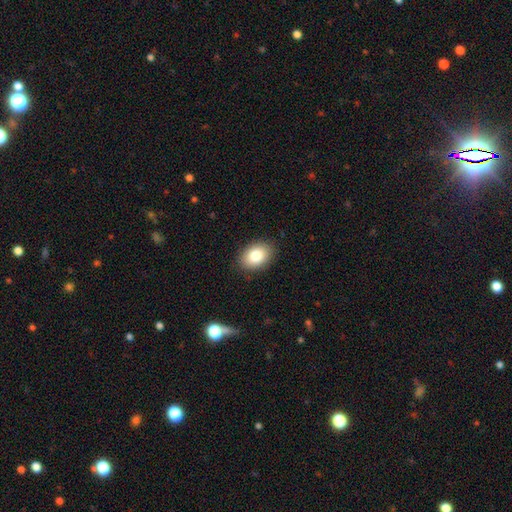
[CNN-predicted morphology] smooth 84%, featured or disk 8%, star or artifact 8%. Down the decision tree: how rounded — in between (80%); merging — none (88%).